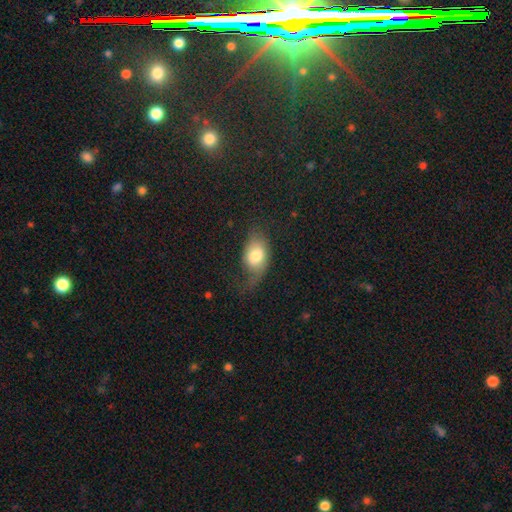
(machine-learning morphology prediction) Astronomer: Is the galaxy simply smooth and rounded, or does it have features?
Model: smooth — 73%.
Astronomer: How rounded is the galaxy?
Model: in between — 85%.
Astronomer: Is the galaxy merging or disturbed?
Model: none — 43% (runner-up: minor disturbance, 30%).